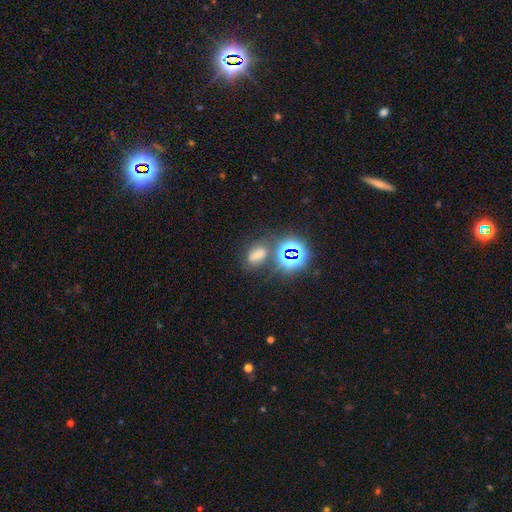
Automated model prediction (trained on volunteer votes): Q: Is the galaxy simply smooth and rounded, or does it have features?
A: smooth — 49%.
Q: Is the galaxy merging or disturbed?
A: none — 59%.